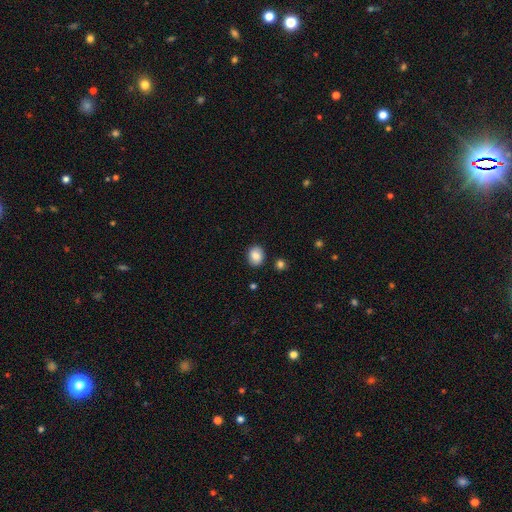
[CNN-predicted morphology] A smooth galaxy with no disk features (85%) that is round (55%).

Vote fractions:
- Smooth or featured? smooth: 85% / star or artifact: 8% / featured or disk: 7%
- How rounded? round: 55% / in between: 44% / cigar-shaped: 1%
- Merging? none: 86% / minor disturbance: 9% / merger: 3% / major disturbance: 2%